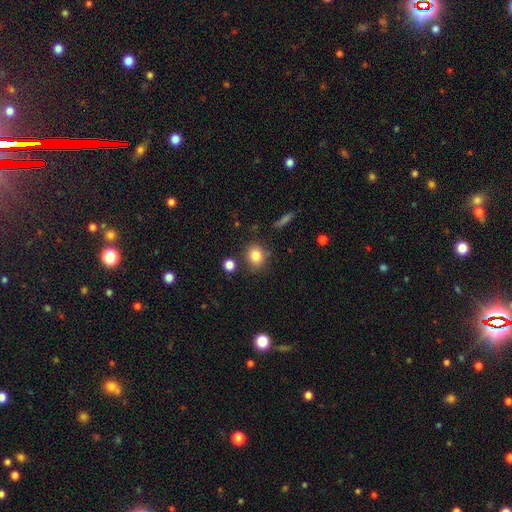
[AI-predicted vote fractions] This is clearly a smooth galaxy (83%). How rounded: likely round (73%). Merging: clearly none (81%).